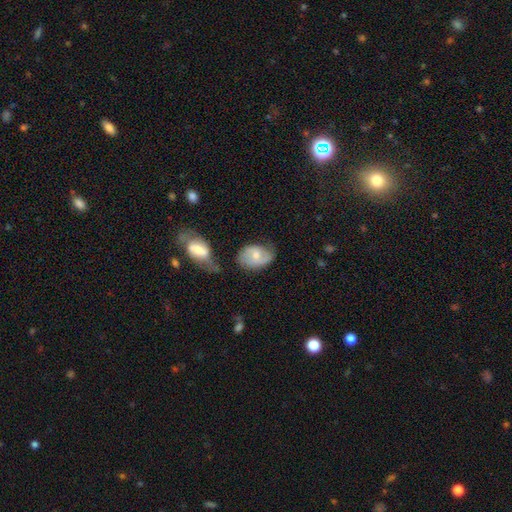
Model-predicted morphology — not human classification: smooth-or-featured: featured or disk: 51% | smooth: 42% | star or artifact: 7%
  disk-edge-on: no: 96% | yes: 4%
  merging: none: 52% | minor disturbance: 26% | merger: 12% | major disturbance: 11%